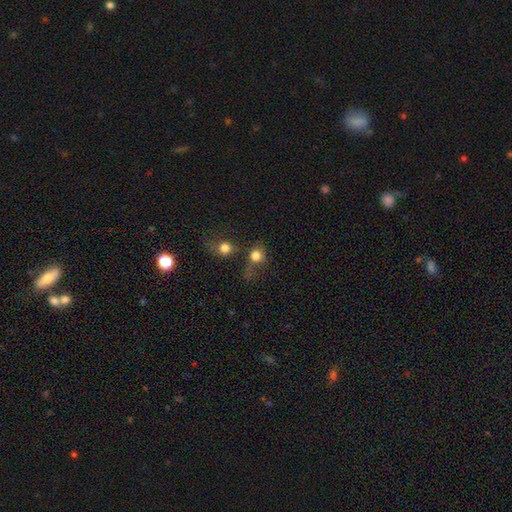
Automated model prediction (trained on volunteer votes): This appears to be a smooth galaxy with no disk features (78%) that is round (84%). Merging: none (44%).